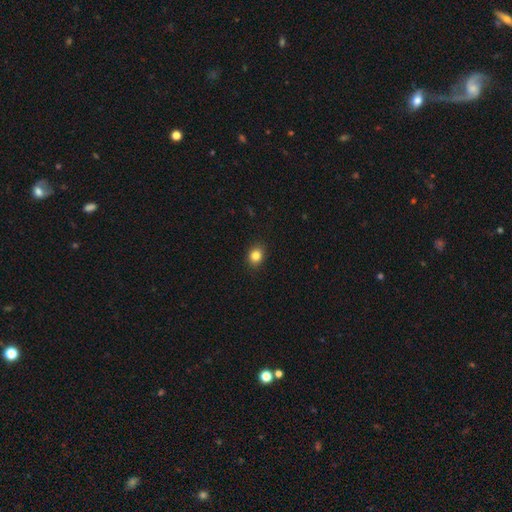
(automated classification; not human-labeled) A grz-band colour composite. It shows a smooth galaxy with no disk features (84%) that is round (61%). Merging: none (89%).